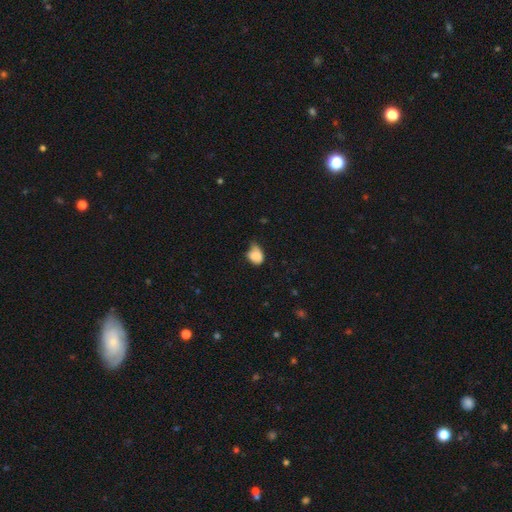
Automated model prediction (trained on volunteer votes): The model was most divided on "merging": minor disturbance: 48%, none: 32%, major disturbance: 15%, merger: 6%. More confident: smooth or featured — smooth (79%); how rounded — in between (66%).